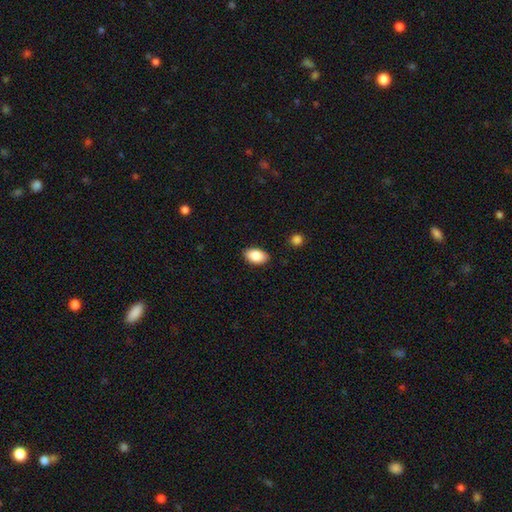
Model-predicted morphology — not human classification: Smooth or featured? Predicted: smooth (p=0.88). How rounded? Predicted: in between (p=0.93). Merging? Predicted: none (p=0.87).